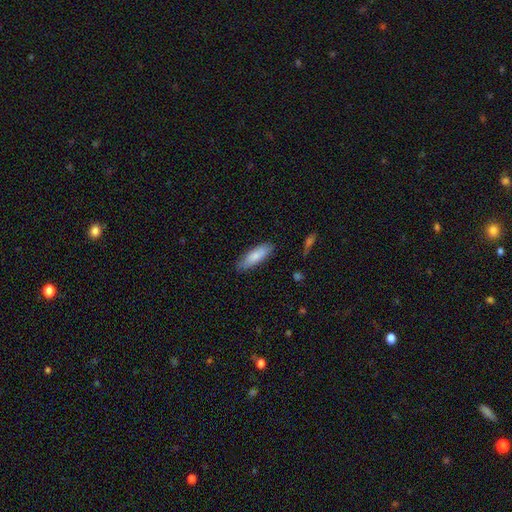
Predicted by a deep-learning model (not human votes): Smooth or featured? Predicted: smooth (p=0.81). How rounded? Predicted: in between (p=0.53). Merging? Predicted: none (p=0.82).